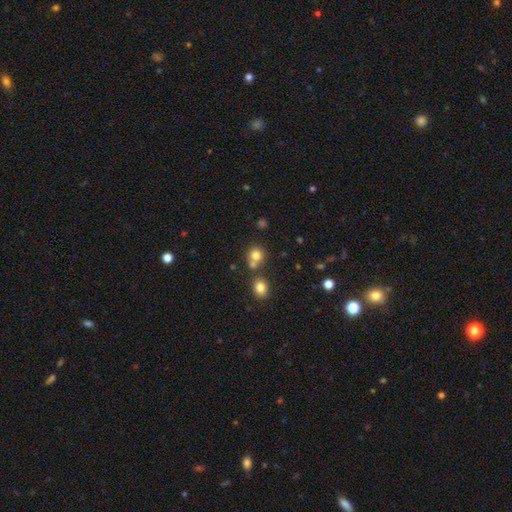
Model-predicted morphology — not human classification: A smooth galaxy with no disk features (78%) that is round (84%).

Vote fractions:
- Smooth or featured? smooth: 78% / star or artifact: 13% / featured or disk: 9%
- How rounded? round: 84% / in between: 15% / cigar-shaped: 1%
- Merging? none: 56% / merger: 33% / minor disturbance: 8% / major disturbance: 3%